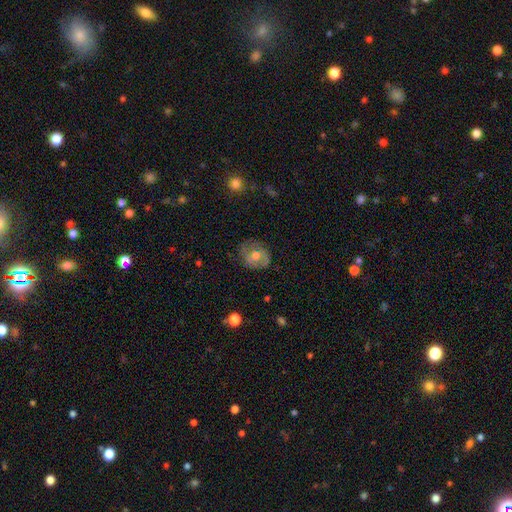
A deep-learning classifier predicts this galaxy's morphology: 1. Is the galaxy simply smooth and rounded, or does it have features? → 47% smooth, 45% featured or disk, 8% star or artifact.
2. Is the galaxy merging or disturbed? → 70% none, 20% minor disturbance, 8% major disturbance, 1% merger.